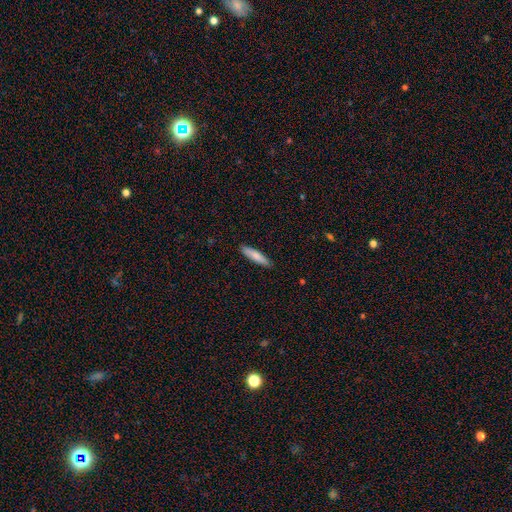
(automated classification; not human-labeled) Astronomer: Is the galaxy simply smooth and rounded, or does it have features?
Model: smooth — 80%.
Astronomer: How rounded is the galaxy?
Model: cigar-shaped — 82%.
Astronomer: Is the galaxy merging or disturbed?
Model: none — 90%.